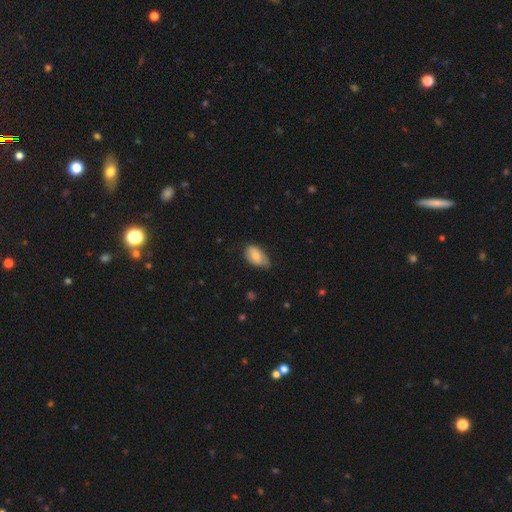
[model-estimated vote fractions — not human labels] The model was most divided on "merging": none: 53%, minor disturbance: 39%, major disturbance: 7%, merger: 2%. More confident: how rounded — in between (92%); smooth or featured — smooth (75%).